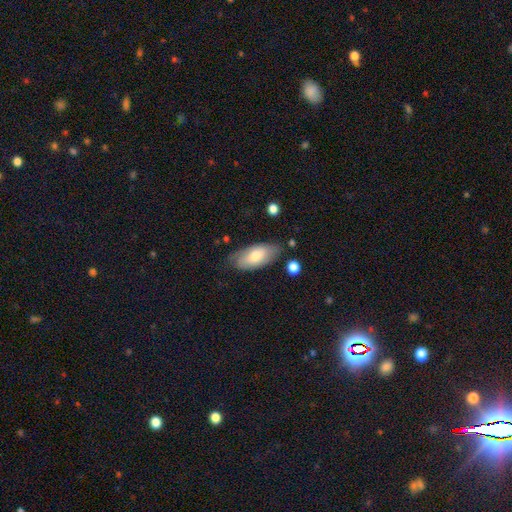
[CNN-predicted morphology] Q: Smooth or featured?
A: smooth (68%); runner-up: featured or disk (26%)
Q: How rounded?
A: in between (88%); runner-up: cigar-shaped (10%)
Q: Merging?
A: none (72%); runner-up: minor disturbance (21%)